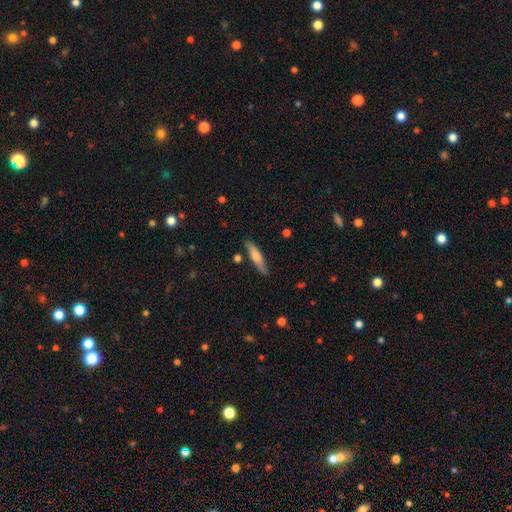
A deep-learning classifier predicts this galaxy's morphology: smooth 53%, featured or disk 40%, star or artifact 6%. Down the decision tree: how rounded — cigar-shaped (86%); merging — none (83%).